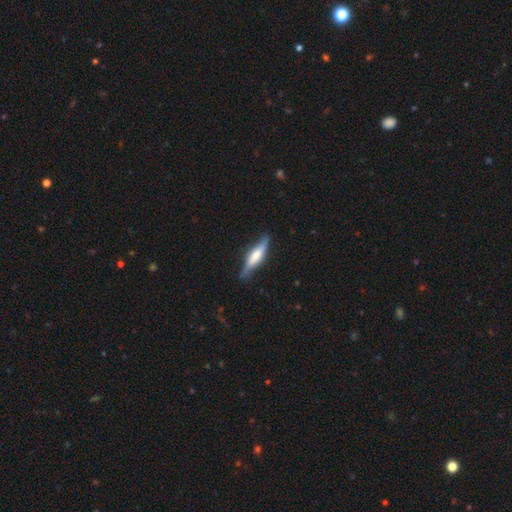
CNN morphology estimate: Smooth or featured? featured or disk (55%)
Edge-on disk? yes (91%)
Merging? none (79%)